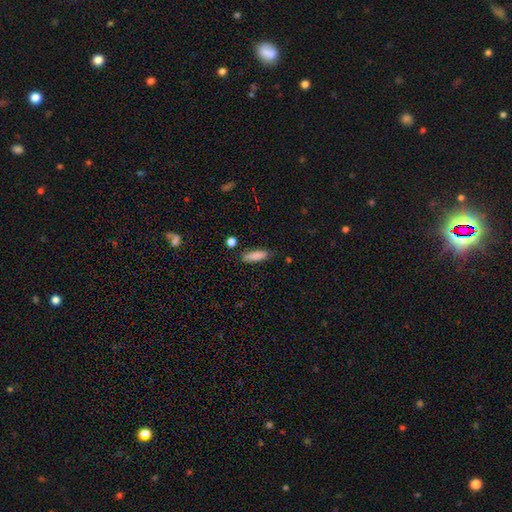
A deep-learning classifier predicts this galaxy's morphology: Q: Smooth or featured?
A: smooth (85%); runner-up: featured or disk (8%)
Q: How rounded?
A: in between (53%); runner-up: cigar-shaped (45%)
Q: Merging?
A: none (80%); runner-up: minor disturbance (14%)